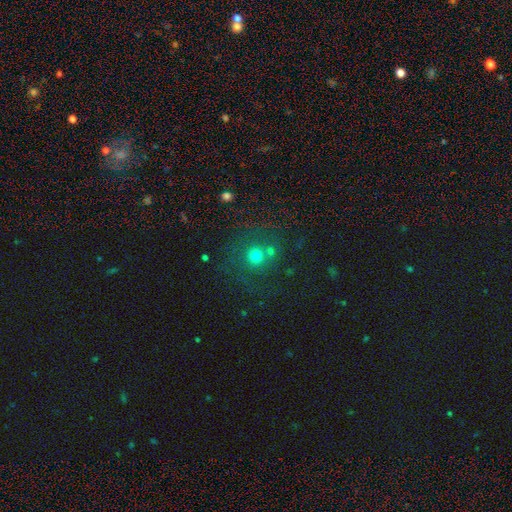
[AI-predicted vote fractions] Q: Smooth or featured?
A: smooth (67%); runner-up: star or artifact (20%)
Q: How rounded?
A: round (91%); runner-up: in between (8%)
Q: Merging?
A: none (68%); runner-up: merger (15%)